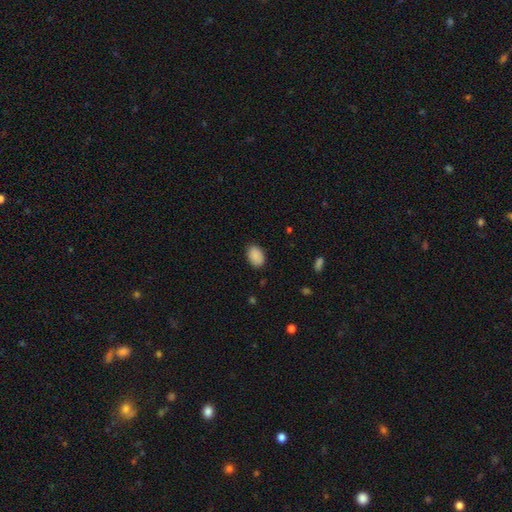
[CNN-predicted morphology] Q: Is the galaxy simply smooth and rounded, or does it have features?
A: smooth — 89%.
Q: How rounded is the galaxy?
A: in between — 87%.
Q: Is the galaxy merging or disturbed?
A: none — 86%.